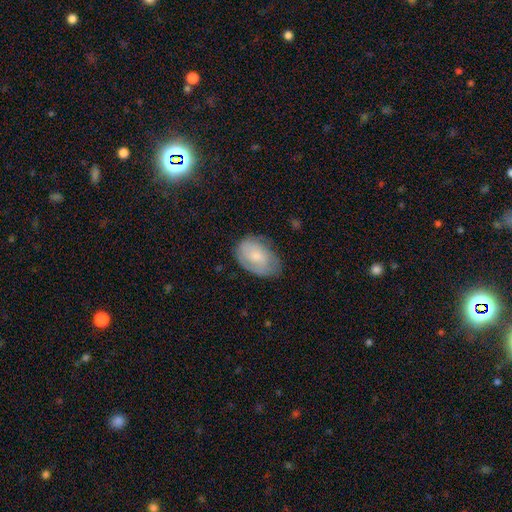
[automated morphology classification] Smooth or featured? smooth (61%)
How rounded? in between (86%)
Merging? none (66%)